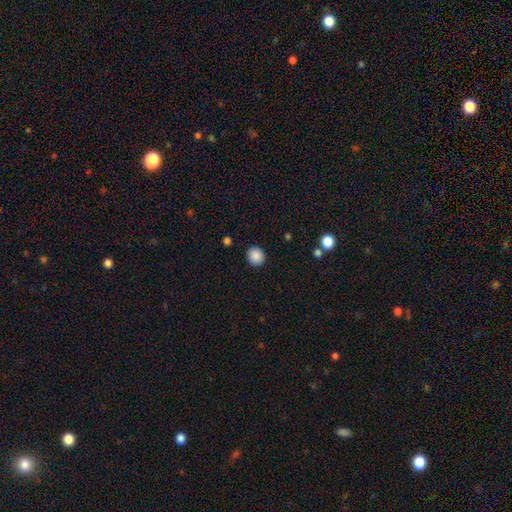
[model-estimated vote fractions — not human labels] Morphology: type=smooth (88%); roundness=round (87%); merging=none (91%).